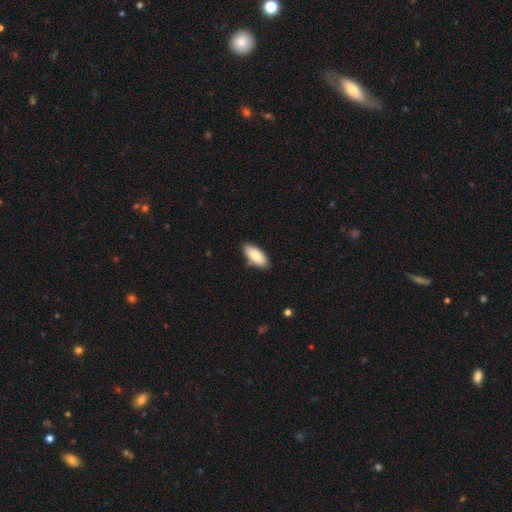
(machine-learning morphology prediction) A smooth galaxy with no disk features (85%) that is in between round and cigar-shaped (85%).

Vote fractions:
- Smooth or featured? smooth: 85% / featured or disk: 9% / star or artifact: 6%
- How rounded? in between: 85% / cigar-shaped: 13% / round: 2%
- Merging? none: 84% / minor disturbance: 12% / major disturbance: 2% / merger: 2%